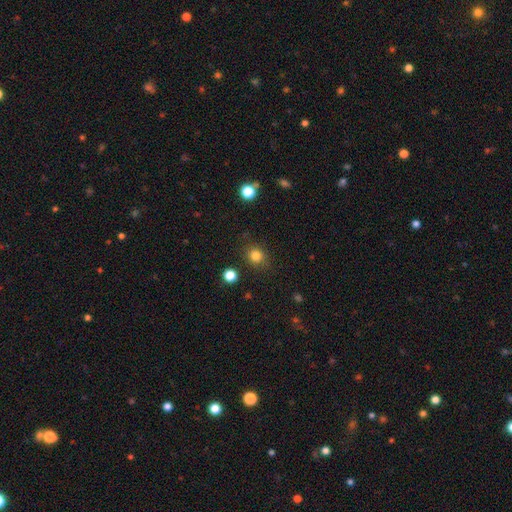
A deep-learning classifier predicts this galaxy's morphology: smooth 82%, star or artifact 13%, featured or disk 5%. Down the decision tree: how rounded — round (81%); merging — none (84%).